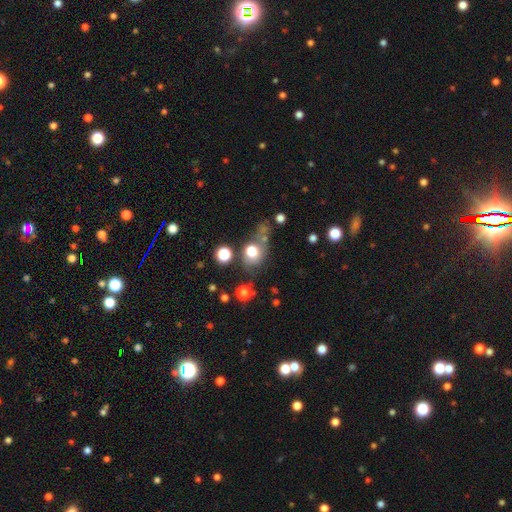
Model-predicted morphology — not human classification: smooth 56%, star or artifact 28%, featured or disk 16%. Down the decision tree: how rounded — round (72%); merging — none (55%).